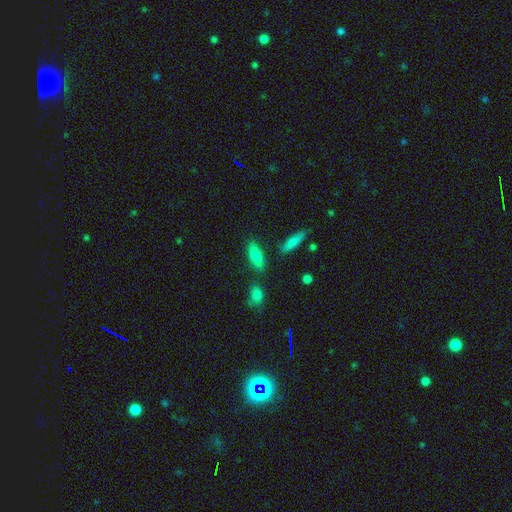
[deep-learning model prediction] Smooth or featured?
  - smooth: 81% *
  - featured or disk: 11%
  - star or artifact: 8%
How rounded?
  - in between: 64% *
  - cigar-shaped: 33%
  - round: 3%
Merging?
  - none: 78% *
  - minor disturbance: 12%
  - merger: 7%
  - major disturbance: 3%